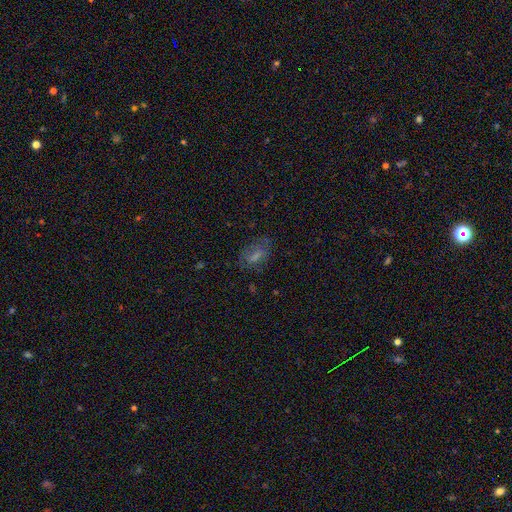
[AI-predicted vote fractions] This appears to be a smooth galaxy with no disk features (59%) that is in between round and cigar-shaped (81%). Merging: none (65%).